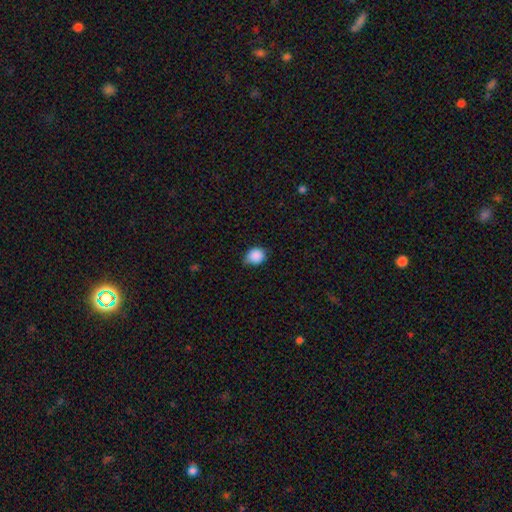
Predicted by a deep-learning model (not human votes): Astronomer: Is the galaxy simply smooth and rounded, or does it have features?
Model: smooth — 88%.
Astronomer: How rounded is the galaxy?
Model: round — 61% (runner-up: in between, 38%).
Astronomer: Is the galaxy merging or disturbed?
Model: none — 61%.